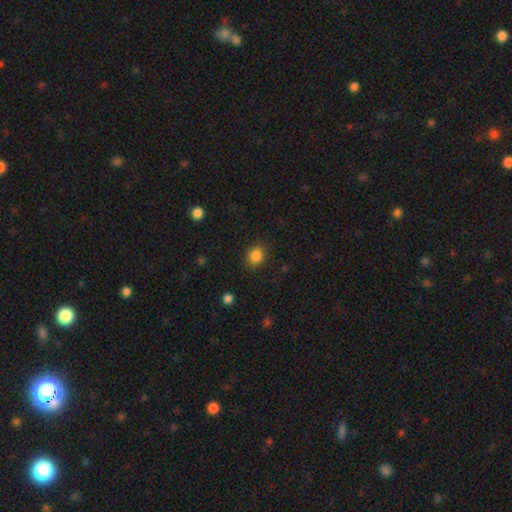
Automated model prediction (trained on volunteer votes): This appears to be a smooth galaxy with no disk features (86%) that is round (58%). Merging: none (85%).